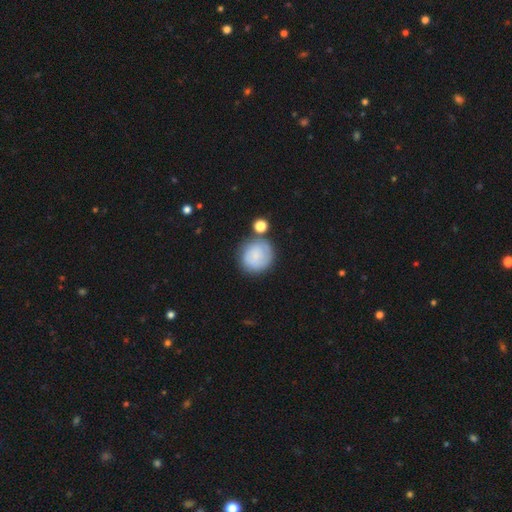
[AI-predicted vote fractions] Smooth or featured? smooth (69%)
How rounded? round (88%)
Merging? none (63%)